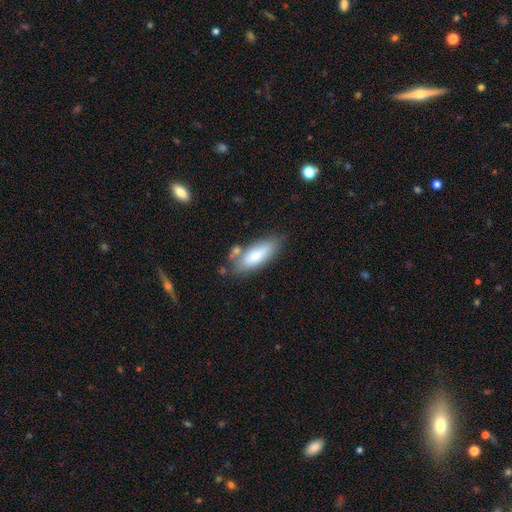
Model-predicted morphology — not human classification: Smooth or featured?
  - smooth: 78% *
  - featured or disk: 16%
  - star or artifact: 6%
How rounded?
  - in between: 67% *
  - cigar-shaped: 31%
  - round: 2%
Merging?
  - none: 66% *
  - minor disturbance: 19%
  - merger: 9%
  - major disturbance: 5%